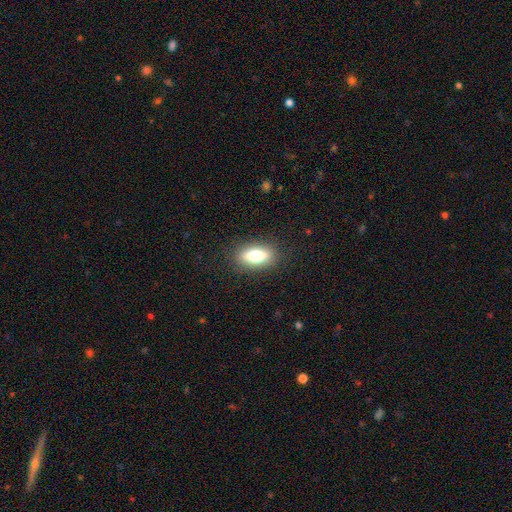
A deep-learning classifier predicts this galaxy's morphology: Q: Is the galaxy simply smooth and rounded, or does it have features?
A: smooth — 69%.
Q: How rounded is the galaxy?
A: in between — 78%.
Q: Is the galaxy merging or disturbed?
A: none — 86%.